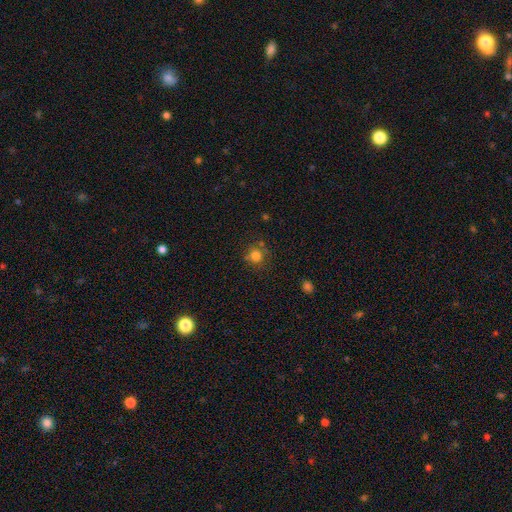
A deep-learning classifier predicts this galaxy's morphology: smooth-or-featured: smooth: 78% | star or artifact: 14% | featured or disk: 7%
  how-rounded: round: 90% | in between: 9% | cigar-shaped: 1%
  merging: none: 75% | minor disturbance: 14% | merger: 6% | major disturbance: 5%